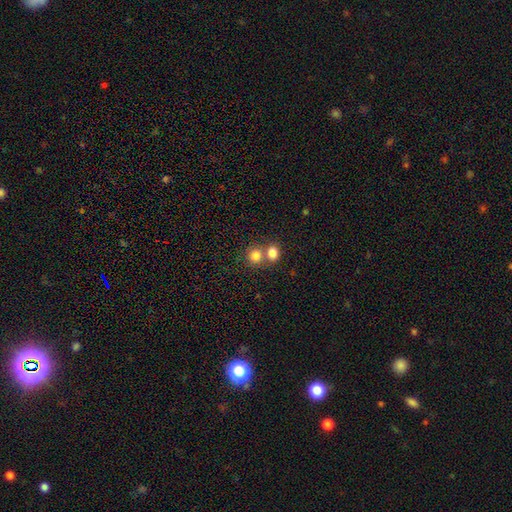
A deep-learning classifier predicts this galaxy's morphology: Smooth or featured? smooth (81%)
How rounded? round (80%)
Merging? none (47%)